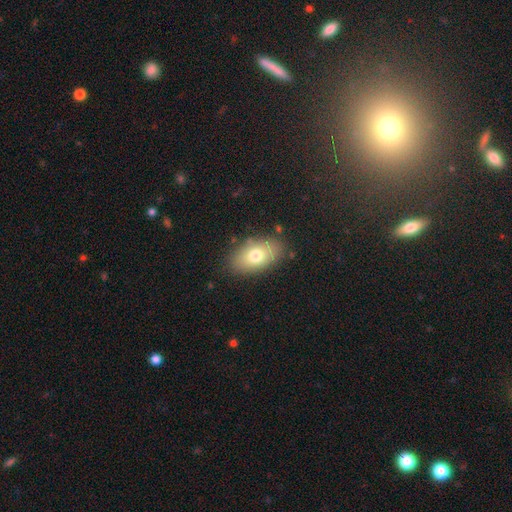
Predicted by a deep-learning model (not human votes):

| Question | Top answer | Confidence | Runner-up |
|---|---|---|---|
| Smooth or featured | smooth | 74% | featured or disk (18%) |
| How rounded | in between | 90% | round (8%) |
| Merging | none | 82% | minor disturbance (12%) |